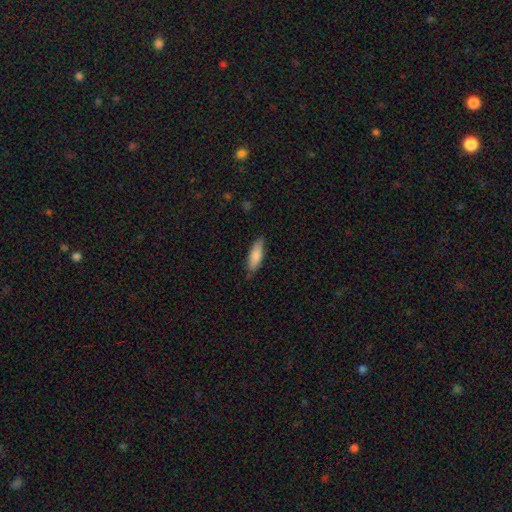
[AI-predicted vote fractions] smooth_or_featured: smooth (p=0.83) [alt: featured or disk p=0.11]
how_rounded: in between (p=0.55) [alt: cigar-shaped p=0.43]
merging: none (p=0.80) [alt: minor disturbance p=0.16]